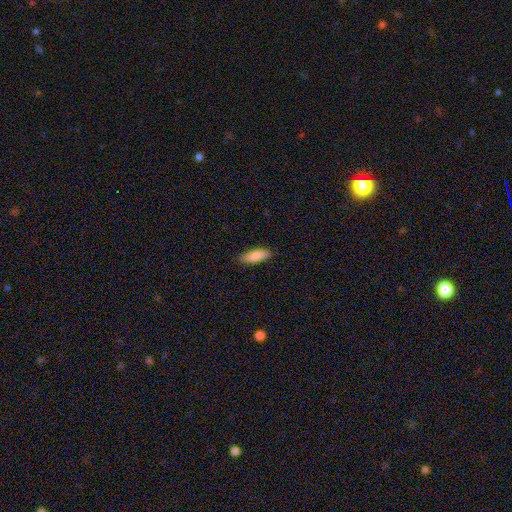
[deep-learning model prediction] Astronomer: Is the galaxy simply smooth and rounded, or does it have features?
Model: smooth — 88%.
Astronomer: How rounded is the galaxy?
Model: in between — 60% (runner-up: cigar-shaped, 38%).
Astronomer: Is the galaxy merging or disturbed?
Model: none — 84%.